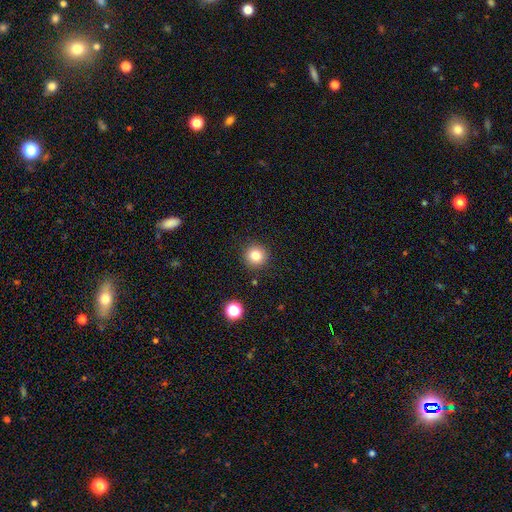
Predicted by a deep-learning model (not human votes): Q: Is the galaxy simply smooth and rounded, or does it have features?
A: smooth — 83%.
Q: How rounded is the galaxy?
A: round — 95%.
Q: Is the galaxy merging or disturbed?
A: none — 90%.